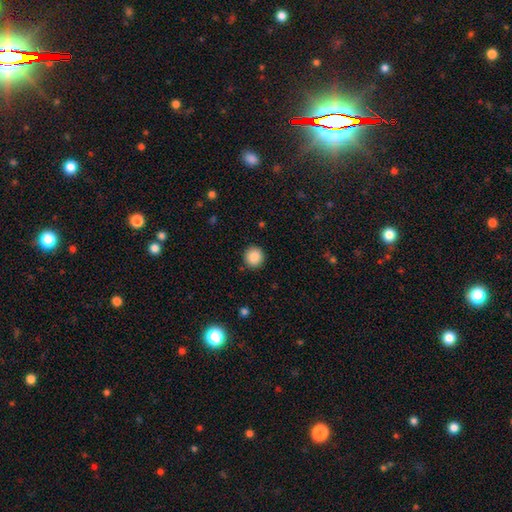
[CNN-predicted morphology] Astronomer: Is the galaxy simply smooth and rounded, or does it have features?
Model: smooth — 88%.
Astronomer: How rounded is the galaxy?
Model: round — 93%.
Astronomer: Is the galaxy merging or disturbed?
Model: none — 91%.